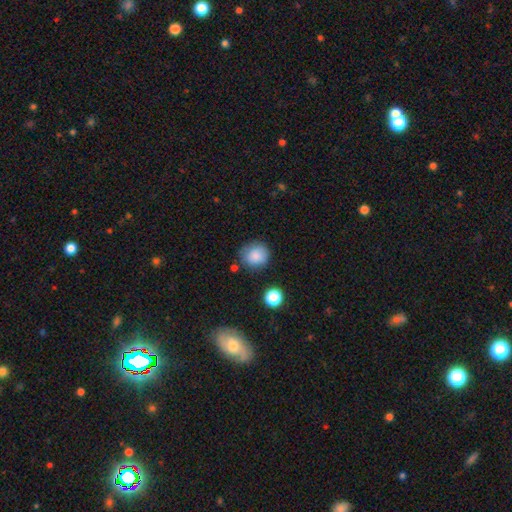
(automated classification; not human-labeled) smooth-or-featured: smooth: 86% | star or artifact: 9% | featured or disk: 5%
  how-rounded: round: 86% | in between: 13% | cigar-shaped: 1%
  merging: none: 76% | minor disturbance: 16% | major disturbance: 4% | merger: 3%